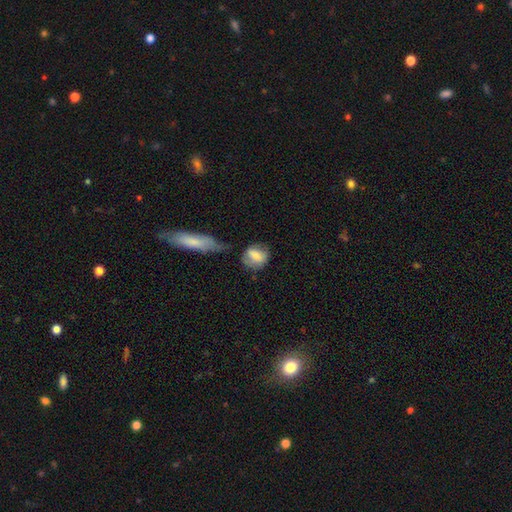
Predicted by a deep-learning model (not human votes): This appears to be a smooth galaxy with no disk features (72%) that is round (55%). Merging: none (47%).